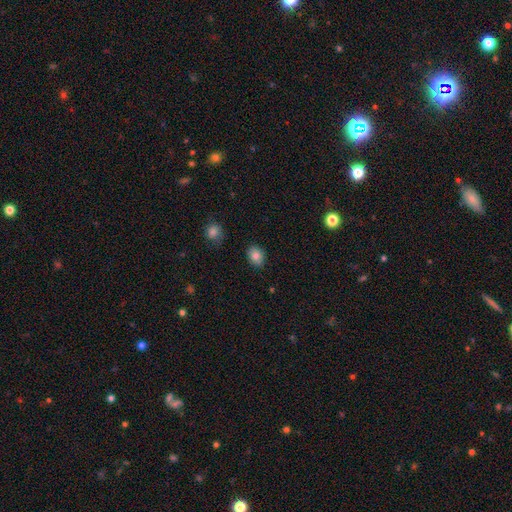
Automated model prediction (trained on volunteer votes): Morphology: type=smooth (82%); roundness=in between (67%); merging=none (85%).